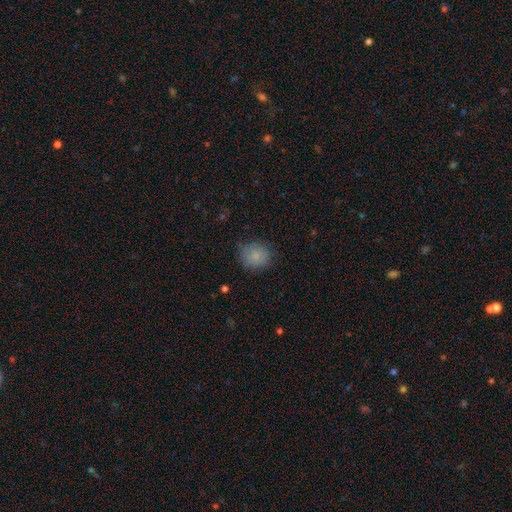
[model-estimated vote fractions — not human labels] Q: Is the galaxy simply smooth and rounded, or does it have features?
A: smooth — 84%.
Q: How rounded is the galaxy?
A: round — 79%.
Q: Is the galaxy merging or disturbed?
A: none — 80%.